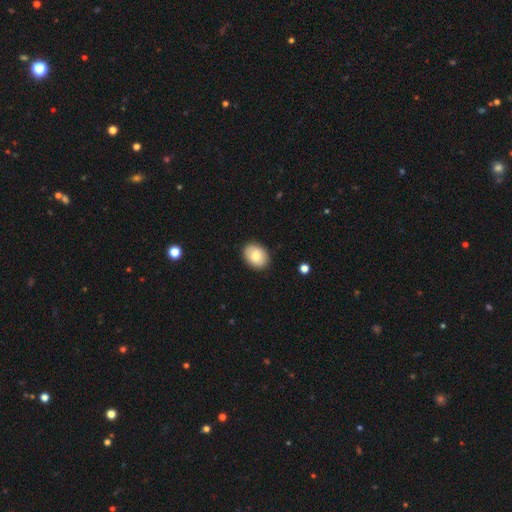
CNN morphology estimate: Smooth or featured? Predicted: smooth (p=0.80). How rounded? Predicted: in between (p=0.66). Merging? Predicted: none (p=0.88).